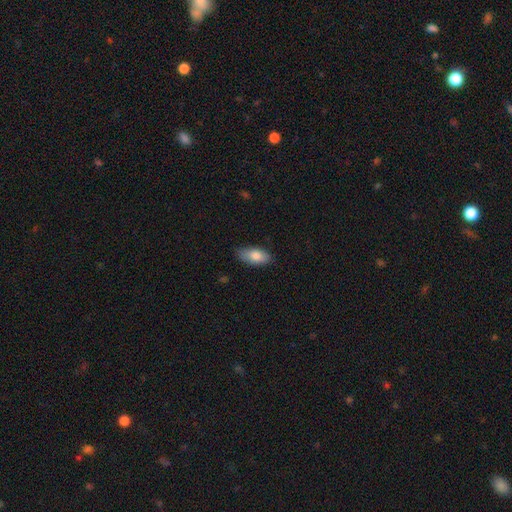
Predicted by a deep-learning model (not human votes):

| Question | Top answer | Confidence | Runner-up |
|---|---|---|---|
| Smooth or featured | smooth | 84% | featured or disk (10%) |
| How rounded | in between | 89% | cigar-shaped (8%) |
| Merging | none | 79% | minor disturbance (17%) |